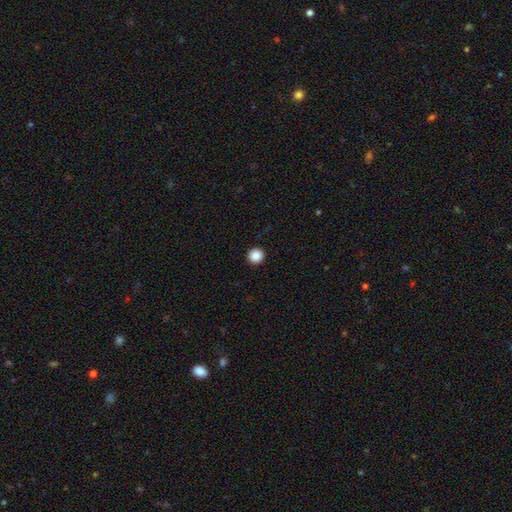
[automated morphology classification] smooth-or-featured: smooth: 88% | star or artifact: 10% | featured or disk: 3%
  how-rounded: round: 96% | in between: 3% | cigar-shaped: 1%
  merging: none: 94% | minor disturbance: 4% | major disturbance: 1% | merger: 1%